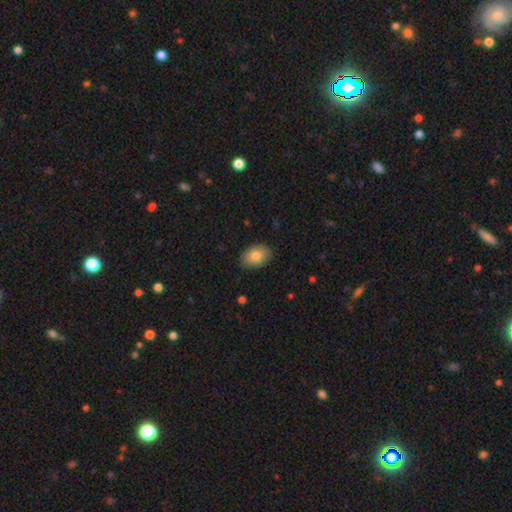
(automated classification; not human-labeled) Q: Smooth or featured?
A: smooth (82%); runner-up: featured or disk (11%)
Q: How rounded?
A: in between (85%); runner-up: round (14%)
Q: Merging?
A: none (88%); runner-up: minor disturbance (9%)